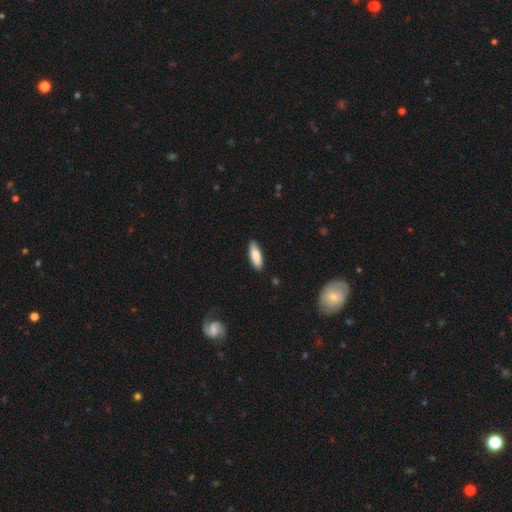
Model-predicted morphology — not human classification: Smooth or featured: smooth — 82% (featured or disk — 13%)
How rounded: in between — 59% (cigar-shaped — 39%)
Merging: none — 87% (minor disturbance — 10%)